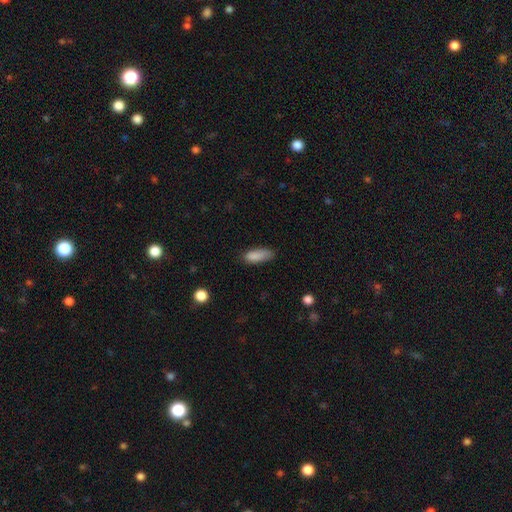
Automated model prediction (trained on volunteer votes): Smooth or featured?
  - smooth: 86% *
  - star or artifact: 8%
  - featured or disk: 6%
How rounded?
  - in between: 65% *
  - cigar-shaped: 33%
  - round: 2%
Merging?
  - none: 65% *
  - minor disturbance: 27%
  - major disturbance: 6%
  - merger: 2%